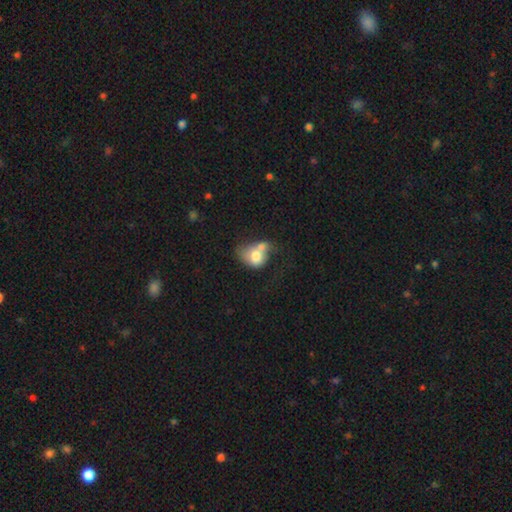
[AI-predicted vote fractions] Morphology: type=smooth (68%); roundness=in between (59%); merging=merger (55%).